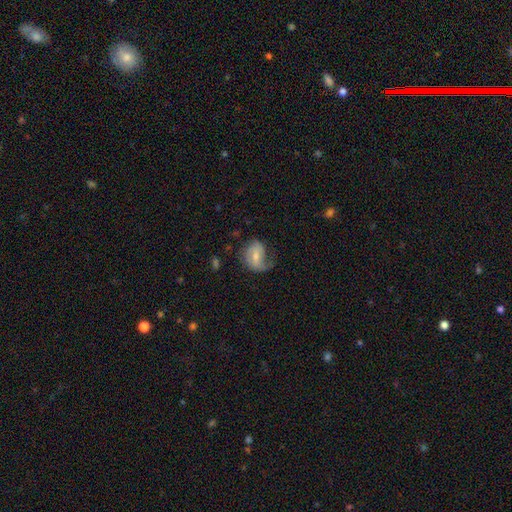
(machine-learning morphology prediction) The model was most divided on "bulge size": moderate: 47%, small: 40%, none: 8%, large: 5%, dominant: 1%. Remaining: edge-on disk — no (96%); spiral arms — yes (78%); smooth or featured — featured or disk (54%); bar — weak (49%); merging — none (41%).